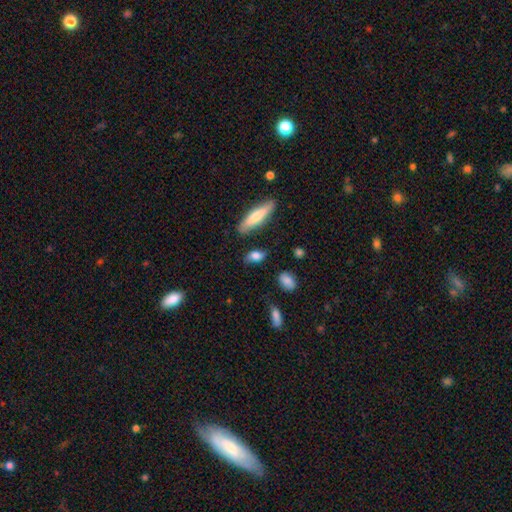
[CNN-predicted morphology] This appears to be a smooth galaxy with no disk features (74%) that is in between round and cigar-shaped (70%). Merging: none (74%).